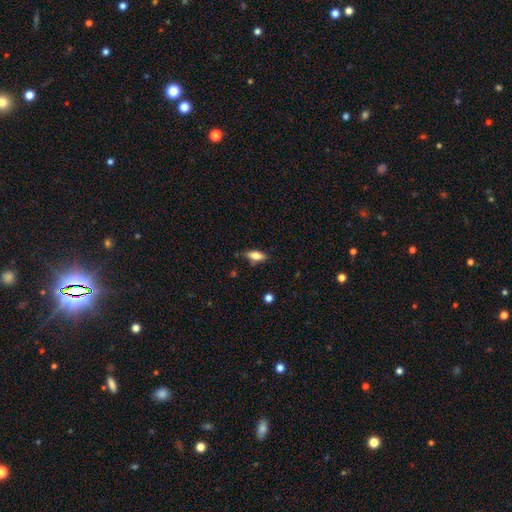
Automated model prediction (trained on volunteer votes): smooth-or-featured: smooth: 71% | featured or disk: 22% | star or artifact: 8%
  how-rounded: in between: 72% | cigar-shaped: 25% | round: 3%
  merging: none: 74% | minor disturbance: 19% | major disturbance: 4% | merger: 3%